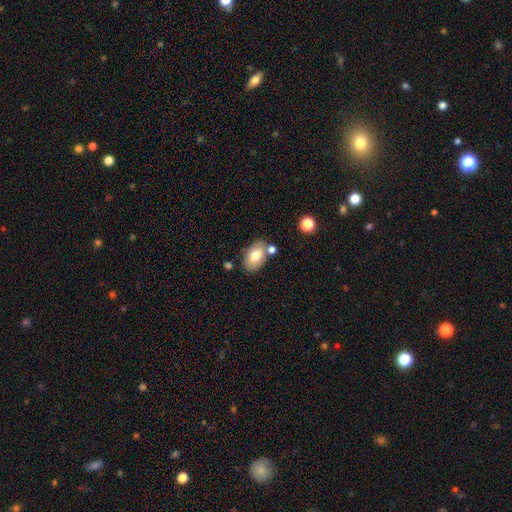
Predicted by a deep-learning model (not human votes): Smooth or featured: smooth — 76% (featured or disk — 16%)
How rounded: in between — 91% (round — 7%)
Merging: none — 70% (minor disturbance — 15%)